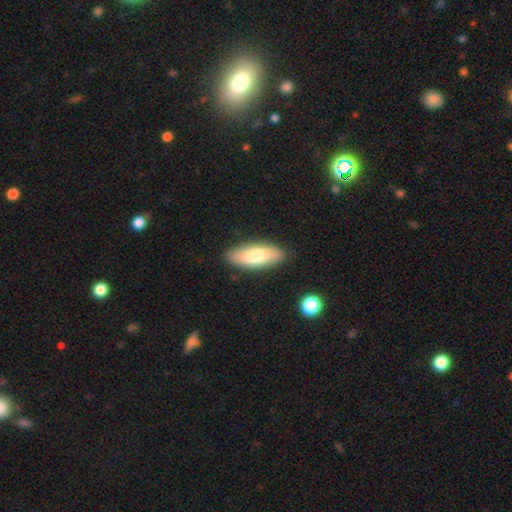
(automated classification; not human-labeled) A smooth galaxy with no disk features (77%) that is in between round and cigar-shaped (70%). Merging: none (87%).